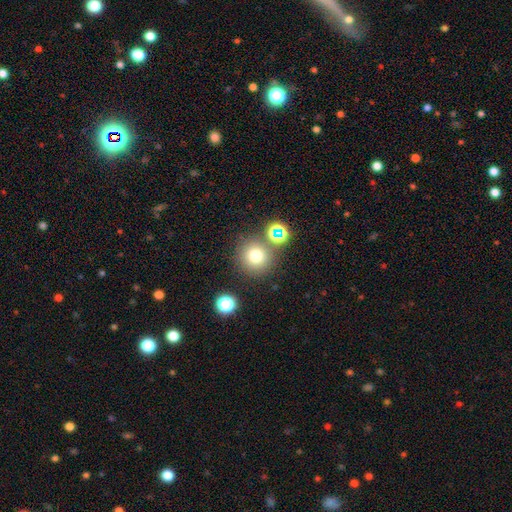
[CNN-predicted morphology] Smooth or featured: smooth — 73% (star or artifact — 18%)
How rounded: round — 94% (in between — 5%)
Merging: none — 79% (merger — 10%)